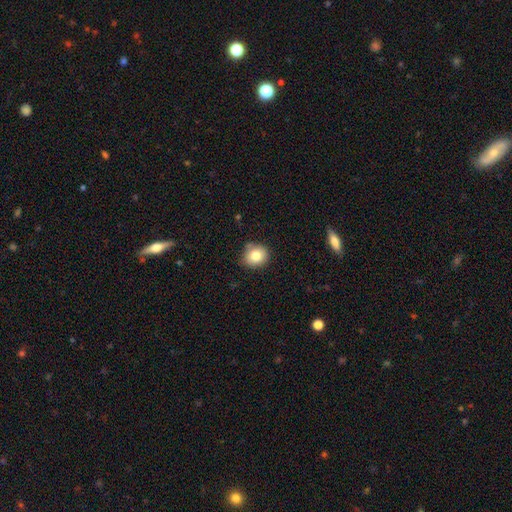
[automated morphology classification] Smooth or featured?
  - smooth: 80% *
  - star or artifact: 10%
  - featured or disk: 10%
How rounded?
  - round: 83% *
  - in between: 16%
  - cigar-shaped: 1%
Merging?
  - none: 80% *
  - minor disturbance: 15%
  - merger: 3%
  - major disturbance: 3%